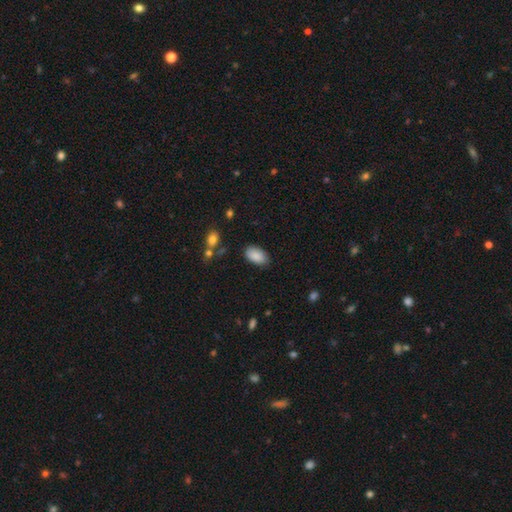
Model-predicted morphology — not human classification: Smooth or featured? Predicted: smooth (p=0.89). How rounded? Predicted: in between (p=0.94). Merging? Predicted: none (p=0.82).